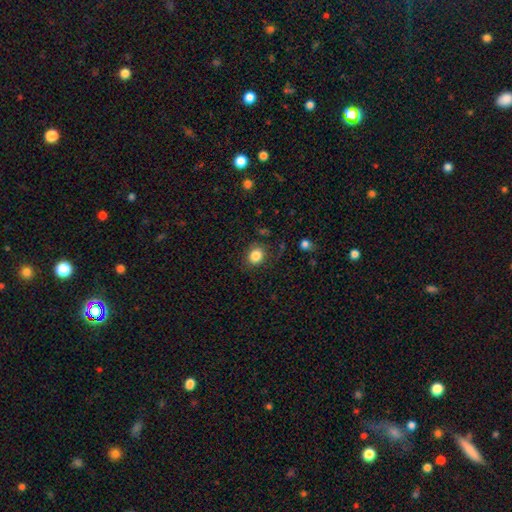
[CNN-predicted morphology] Smooth or featured? smooth (84%)
How rounded? round (68%)
Merging? none (82%)